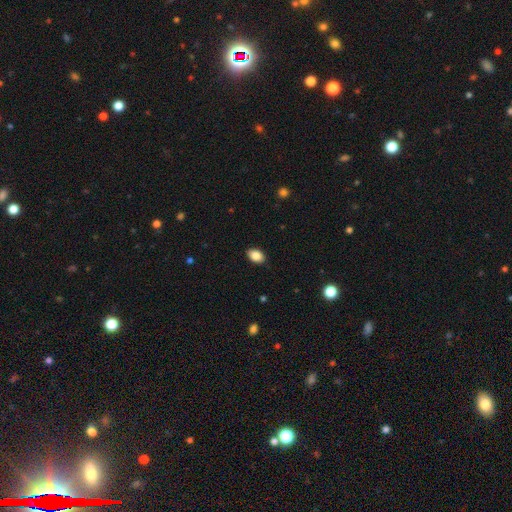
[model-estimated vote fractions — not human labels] This appears to be a smooth galaxy with no disk features (88%) that is in between round and cigar-shaped (84%). Merging: none (89%).